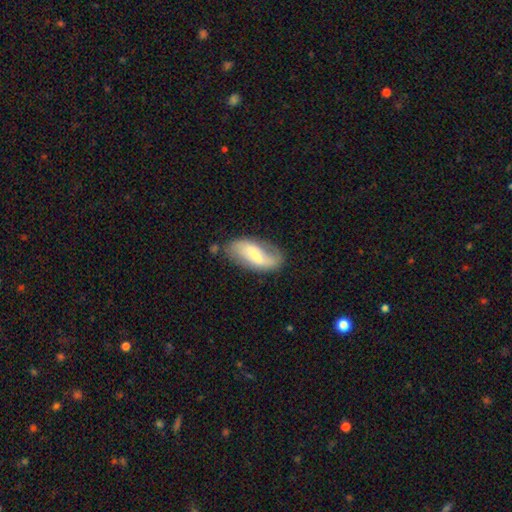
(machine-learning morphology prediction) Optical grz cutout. It shows a featured or disk galaxy (57%) with a strong bar (43%), spiral arms (80%) and a moderate central bulge (34%, tied with small). Merging: none (65%).